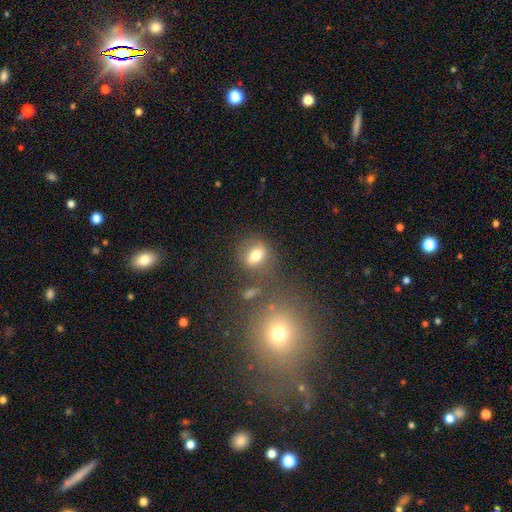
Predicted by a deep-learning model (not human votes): A smooth galaxy with no disk features (74%) that is in between round and cigar-shaped (63%).

Vote fractions:
- Smooth or featured? smooth: 74% / featured or disk: 15% / star or artifact: 12%
- How rounded? in between: 63% / round: 33% / cigar-shaped: 4%
- Merging? none: 66% / minor disturbance: 17% / merger: 10% / major disturbance: 8%